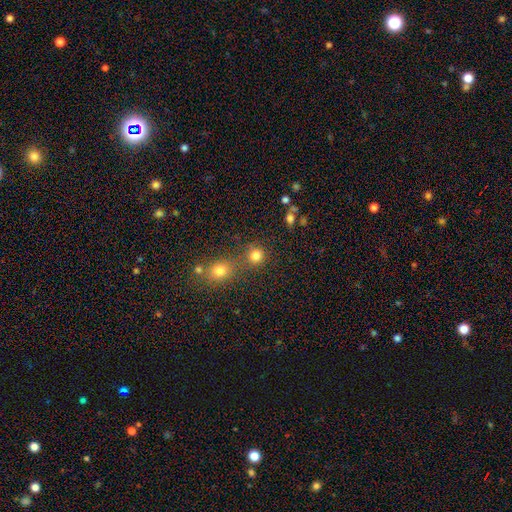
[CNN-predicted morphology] smooth-or-featured: smooth: 80% | star or artifact: 14% | featured or disk: 6%
  how-rounded: round: 88% | in between: 11% | cigar-shaped: 1%
  merging: none: 61% | merger: 27% | minor disturbance: 8% | major disturbance: 4%